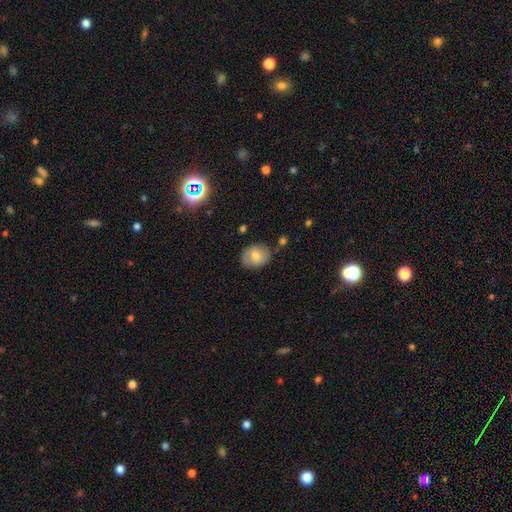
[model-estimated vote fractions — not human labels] smooth_or_featured: smooth (p=0.66) [alt: featured or disk p=0.24]
how_rounded: round (p=0.52) [alt: in between p=0.47]
merging: none (p=0.75) [alt: minor disturbance p=0.18]